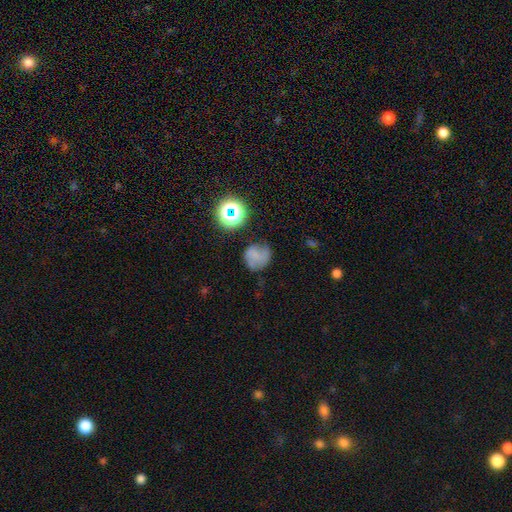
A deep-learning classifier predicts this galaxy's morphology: smooth_or_featured: smooth (p=0.55) [alt: featured or disk p=0.28]
how_rounded: round (p=0.80) [alt: in between p=0.19]
merging: none (p=0.55) [alt: minor disturbance p=0.26]